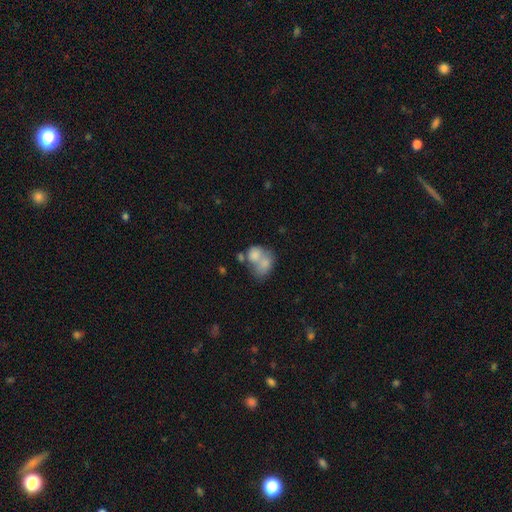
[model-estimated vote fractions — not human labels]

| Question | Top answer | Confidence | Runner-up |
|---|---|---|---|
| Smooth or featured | smooth | 71% | featured or disk (20%) |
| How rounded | in between | 59% | round (40%) |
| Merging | merger | 66% | none (18%) |